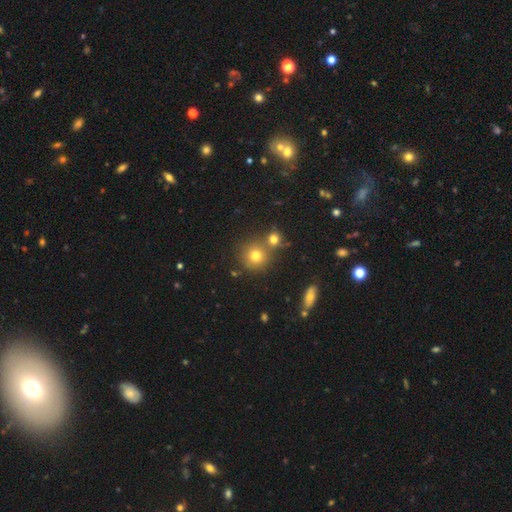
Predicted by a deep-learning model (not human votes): Smooth or featured? smooth (75%)
How rounded? round (91%)
Merging? none (69%)